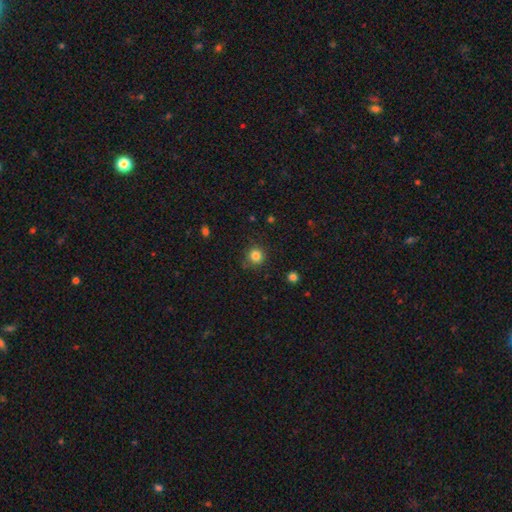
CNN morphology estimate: This is clearly a smooth galaxy (83%). How rounded: clearly round (93%). Merging: clearly none (83%).